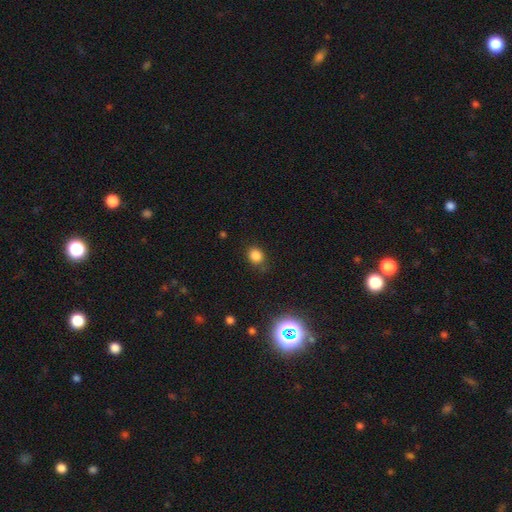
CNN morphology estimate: The model was most divided on "how rounded": round: 68%, in between: 31%, cigar-shaped: 1%. More confident: smooth or featured — smooth (82%); merging — none (78%).